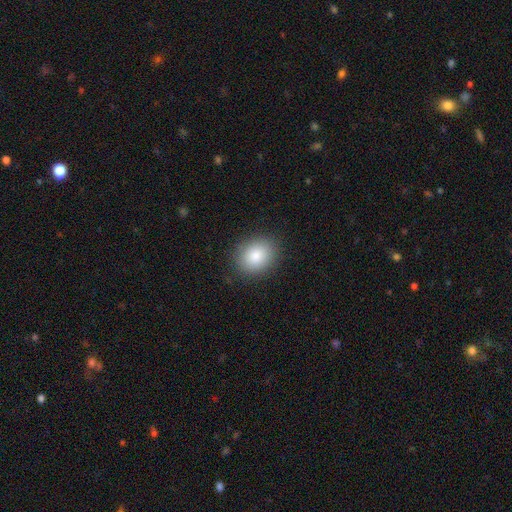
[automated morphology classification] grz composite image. It shows a smooth galaxy with no disk features (85%) that is round (51%). Merging: none (87%).